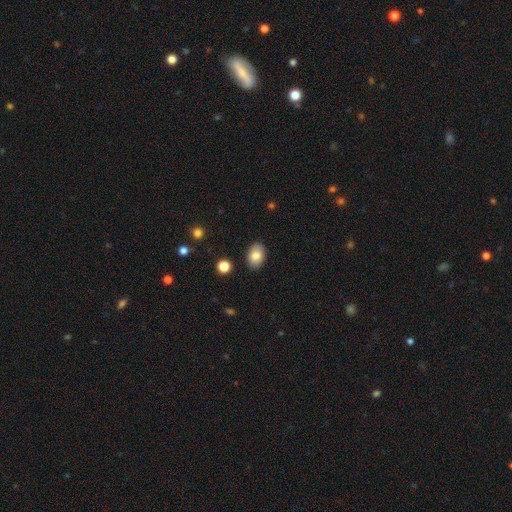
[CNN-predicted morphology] Smooth or featured?
  - smooth: 82% *
  - featured or disk: 10%
  - star or artifact: 8%
How rounded?
  - in between: 84% *
  - round: 15%
  - cigar-shaped: 1%
Merging?
  - none: 89% *
  - minor disturbance: 8%
  - major disturbance: 2%
  - merger: 1%